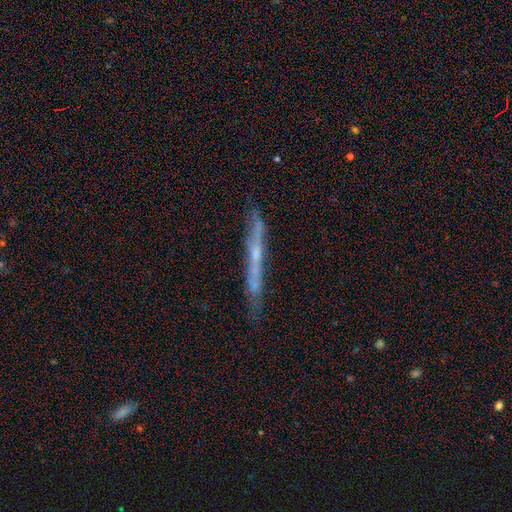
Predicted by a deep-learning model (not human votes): This appears to be a featured or disk galaxy (63%) viewed edge-on (89%) with no central bulge (64%). Merging: none (74%).